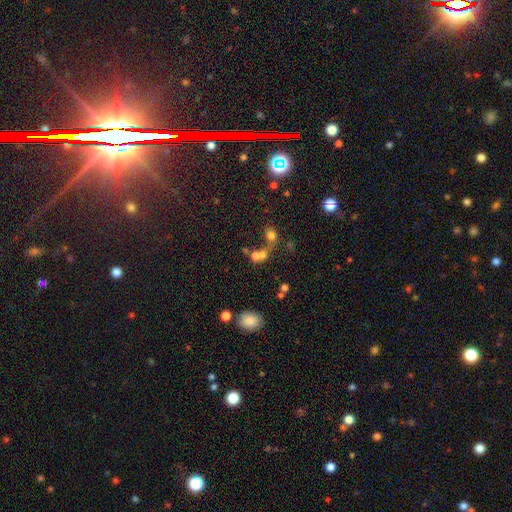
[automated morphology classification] smooth_or_featured: smooth (p=0.66) [alt: star or artifact p=0.19]
how_rounded: round (p=0.64) [alt: in between p=0.34]
merging: merger (p=0.57) [alt: none p=0.30]